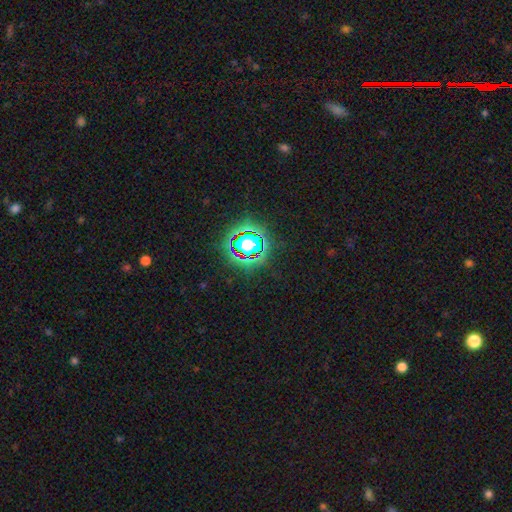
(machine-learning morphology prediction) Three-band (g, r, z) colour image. It shows a star or artifact, not a galaxy (64%).